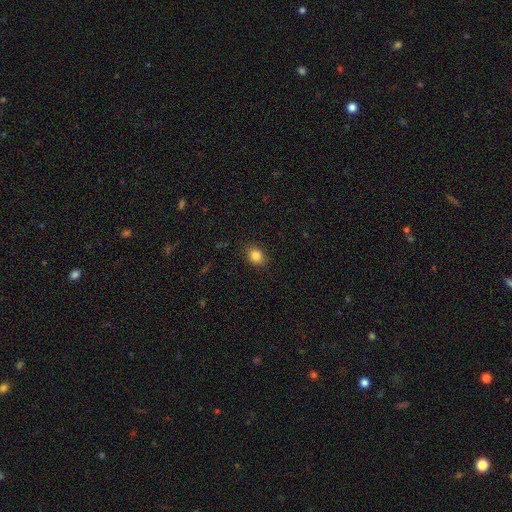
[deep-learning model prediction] smooth_or_featured: smooth (p=0.84) [alt: star or artifact p=0.11]
how_rounded: round (p=0.53) [alt: in between p=0.46]
merging: none (p=0.87) [alt: minor disturbance p=0.09]